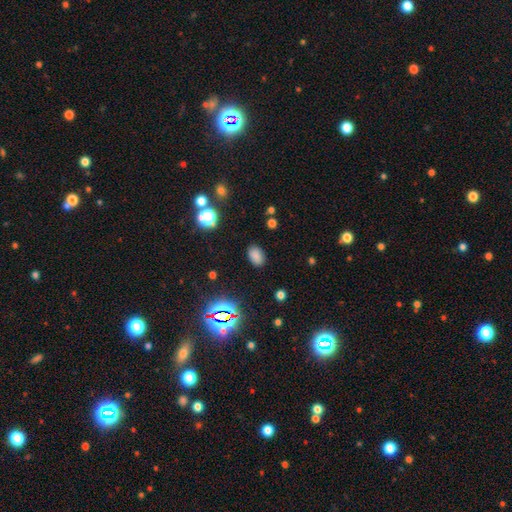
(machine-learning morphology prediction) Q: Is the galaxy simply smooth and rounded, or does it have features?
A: smooth — 77%.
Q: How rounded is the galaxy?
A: in between — 88%.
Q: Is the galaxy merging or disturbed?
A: none — 87%.